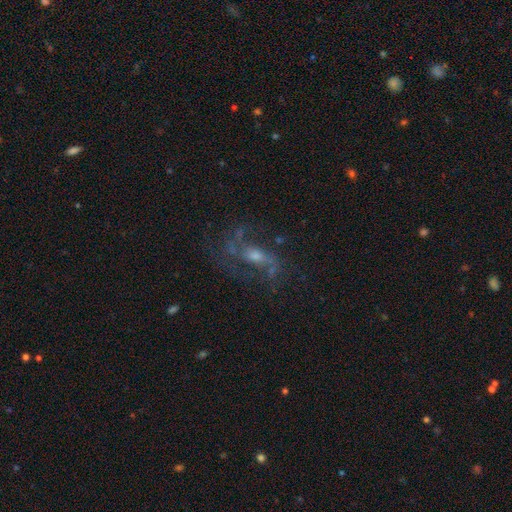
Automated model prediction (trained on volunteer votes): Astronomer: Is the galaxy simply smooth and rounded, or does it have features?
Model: featured or disk — 72%.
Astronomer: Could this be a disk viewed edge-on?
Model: no — 92%.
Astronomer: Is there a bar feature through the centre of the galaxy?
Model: no — 46% (runner-up: weak, 40%).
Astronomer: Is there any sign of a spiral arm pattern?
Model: yes — 80%.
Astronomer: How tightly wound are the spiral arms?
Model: loose — 52% (runner-up: medium, 37%).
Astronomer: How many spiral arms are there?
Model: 2 — 67%.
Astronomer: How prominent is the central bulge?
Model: moderate — 50% (runner-up: small, 35%).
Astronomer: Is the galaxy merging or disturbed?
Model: none — 55%.